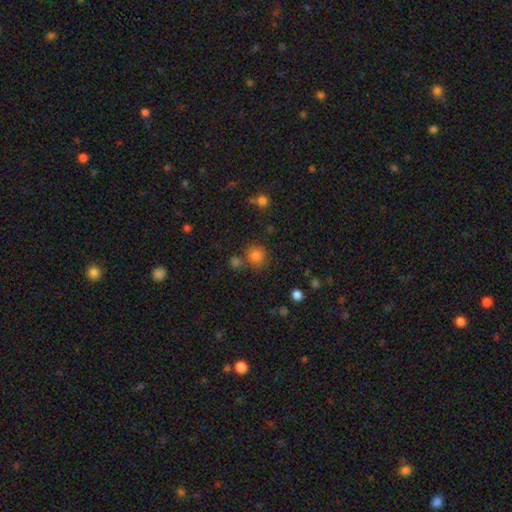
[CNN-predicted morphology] Smooth or featured? smooth (81%)
How rounded? round (87%)
Merging? none (70%)